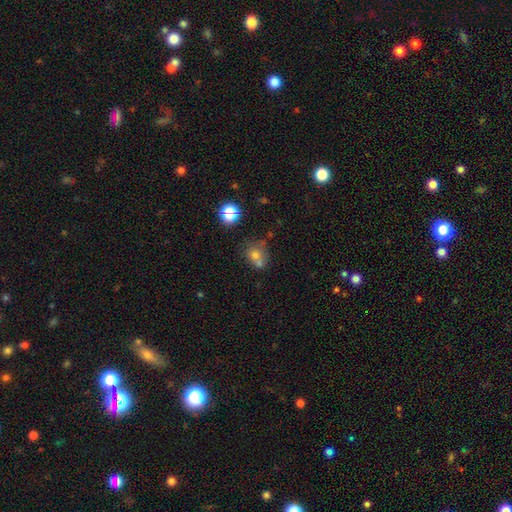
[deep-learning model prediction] This appears to be a smooth galaxy with no disk features (66%) that is round (73%). Merging: merger (42%).